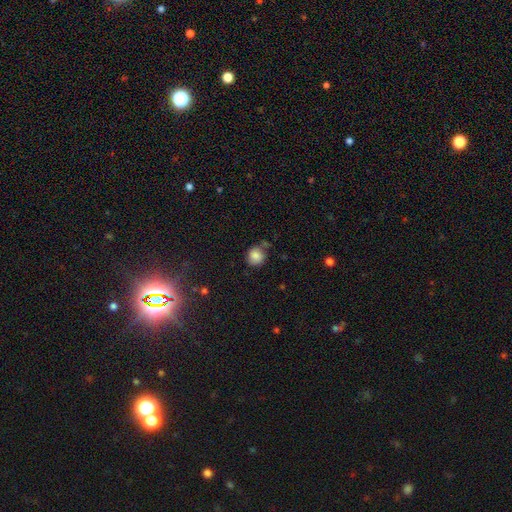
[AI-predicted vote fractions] Q: Smooth or featured?
A: smooth (84%); runner-up: star or artifact (9%)
Q: How rounded?
A: round (84%); runner-up: in between (15%)
Q: Merging?
A: none (68%); runner-up: minor disturbance (18%)